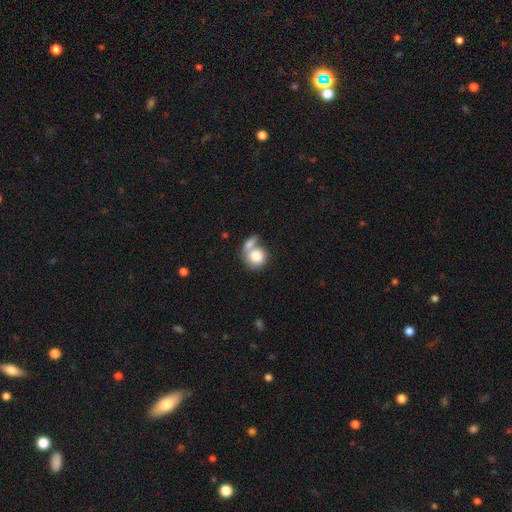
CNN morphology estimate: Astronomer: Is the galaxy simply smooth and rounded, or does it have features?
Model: smooth — 81%.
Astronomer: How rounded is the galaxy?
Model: round — 75%.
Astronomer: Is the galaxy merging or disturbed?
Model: merger — 53% (runner-up: none, 30%).